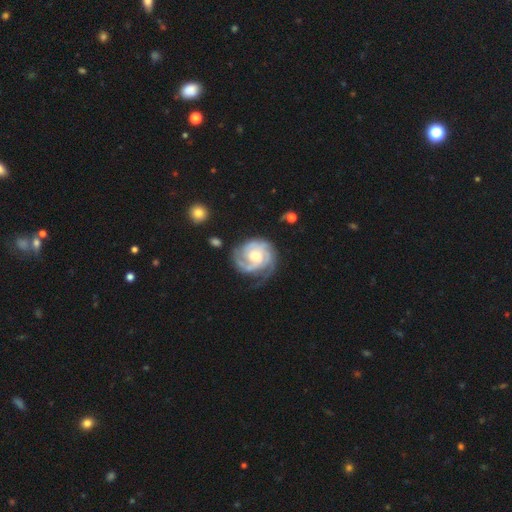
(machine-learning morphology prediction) A featured or disk galaxy (89%) with no bar (69%), 3 (33%) tight (70%) spiral arms (98%) and a moderate central bulge (55%). Merging: none (68%).